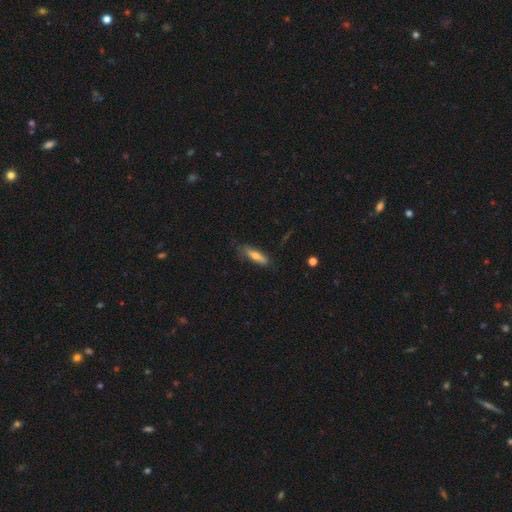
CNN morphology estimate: The model was most divided on "smooth or featured": smooth: 63%, featured or disk: 30%, star or artifact: 7%. More confident: merging — none (74%); how rounded — cigar-shaped (67%).